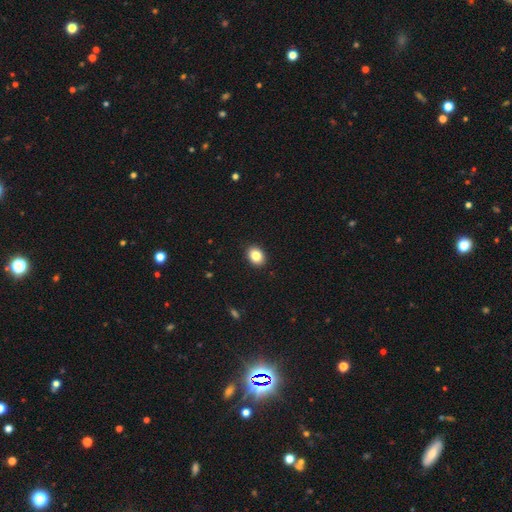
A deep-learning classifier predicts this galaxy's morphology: A smooth galaxy with no disk features (85%) that is in between round and cigar-shaped (60%).

Vote fractions:
- Smooth or featured? smooth: 85% / star or artifact: 9% / featured or disk: 6%
- How rounded? in between: 60% / round: 39% / cigar-shaped: 1%
- Merging? none: 91% / minor disturbance: 6% / major disturbance: 2% / merger: 1%